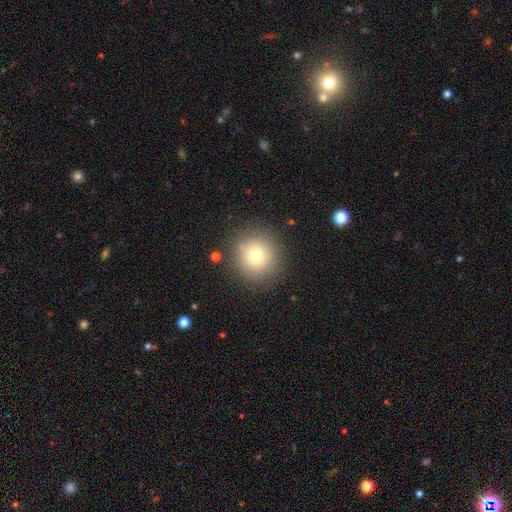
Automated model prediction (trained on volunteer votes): A smooth galaxy with no disk features (71%) that is round (94%).

Vote fractions:
- Smooth or featured? smooth: 71% / featured or disk: 15% / star or artifact: 14%
- How rounded? round: 94% / in between: 5% / cigar-shaped: 1%
- Merging? none: 85% / minor disturbance: 9% / major disturbance: 4% / merger: 2%